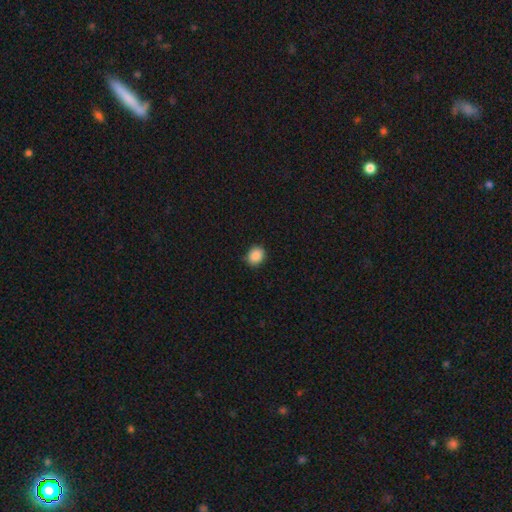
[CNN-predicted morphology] The model was most divided on "how rounded": round: 68%, in between: 31%, cigar-shaped: 1%. More confident: smooth or featured — smooth (88%); merging — none (84%).